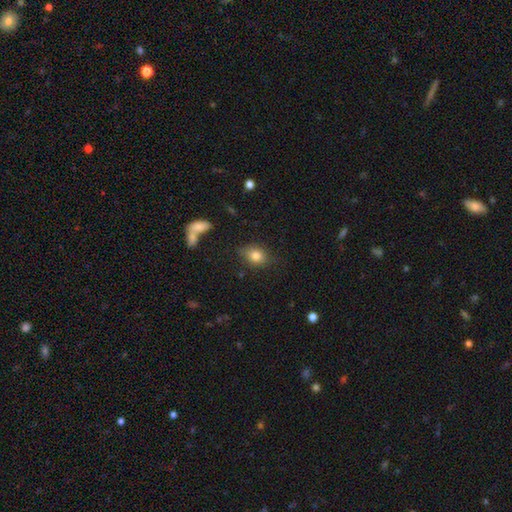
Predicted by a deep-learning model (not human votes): This appears to be a smooth galaxy with no disk features (81%) that is in between round and cigar-shaped (52%). Merging: none (73%).